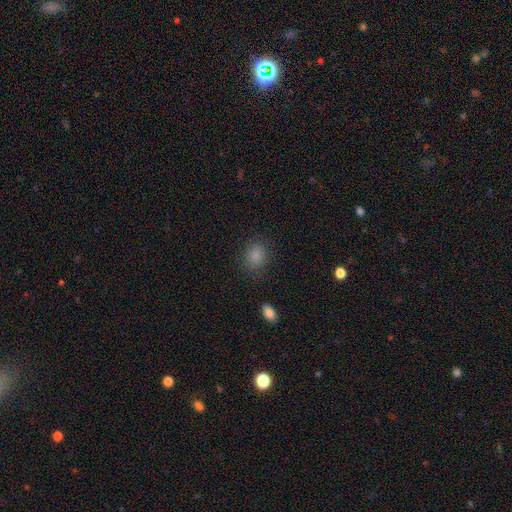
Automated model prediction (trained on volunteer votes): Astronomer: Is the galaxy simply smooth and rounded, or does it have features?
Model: smooth — 85%.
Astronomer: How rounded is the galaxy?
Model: round — 64%.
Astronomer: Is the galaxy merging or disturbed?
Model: none — 85%.